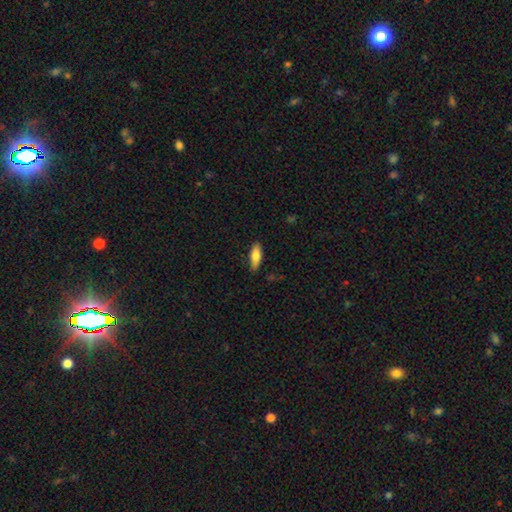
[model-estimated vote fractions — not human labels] A smooth galaxy with no disk features (77%) that is in between round and cigar-shaped (64%). Merging: none (84%).